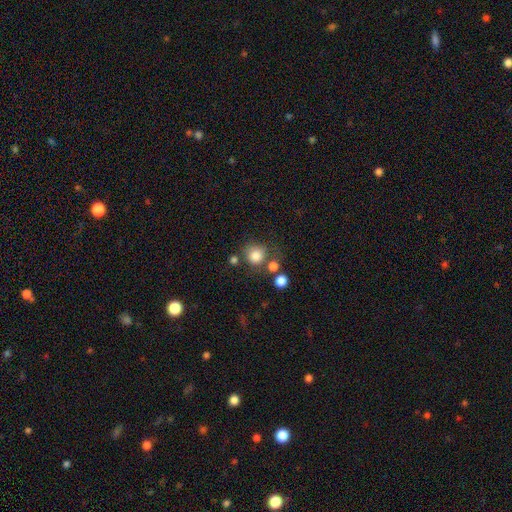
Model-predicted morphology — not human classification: Smooth or featured?
  - smooth: 82% *
  - star or artifact: 11%
  - featured or disk: 7%
How rounded?
  - round: 89% *
  - in between: 10%
  - cigar-shaped: 1%
Merging?
  - none: 66% *
  - merger: 14%
  - minor disturbance: 13%
  - major disturbance: 6%